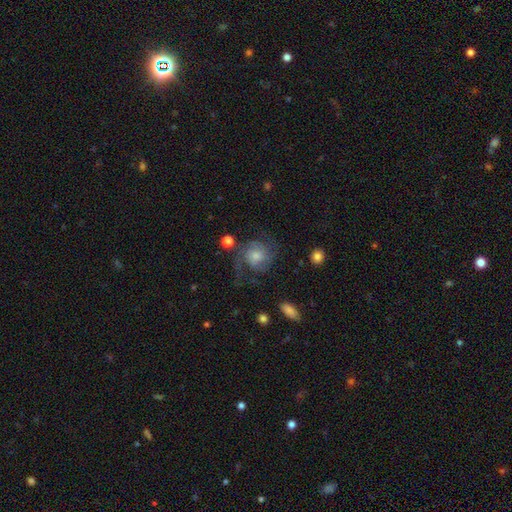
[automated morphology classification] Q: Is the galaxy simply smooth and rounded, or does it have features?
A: featured or disk — 75%.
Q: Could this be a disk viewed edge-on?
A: no — 98%.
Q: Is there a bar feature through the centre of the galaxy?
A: no — 70%.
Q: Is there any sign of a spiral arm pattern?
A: yes — 94%.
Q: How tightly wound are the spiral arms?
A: medium — 46%.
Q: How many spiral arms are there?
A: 2 — 55%.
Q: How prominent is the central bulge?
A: moderate — 46%.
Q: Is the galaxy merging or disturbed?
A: none — 62%.